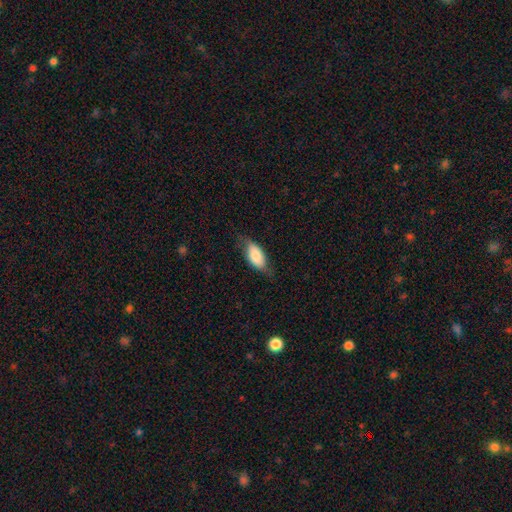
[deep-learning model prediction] A smooth galaxy with no disk features (73%) that is in between round and cigar-shaped (88%). Merging: none (67%).